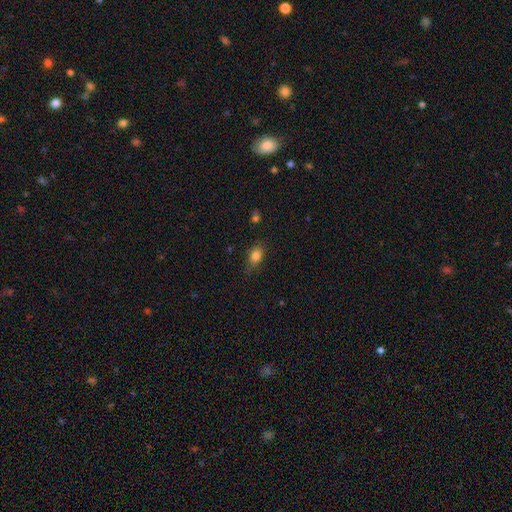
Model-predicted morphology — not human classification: The model was most divided on "how rounded": in between: 73%, round: 24%, cigar-shaped: 3%. More confident: smooth or featured — smooth (83%); merging — none (74%).